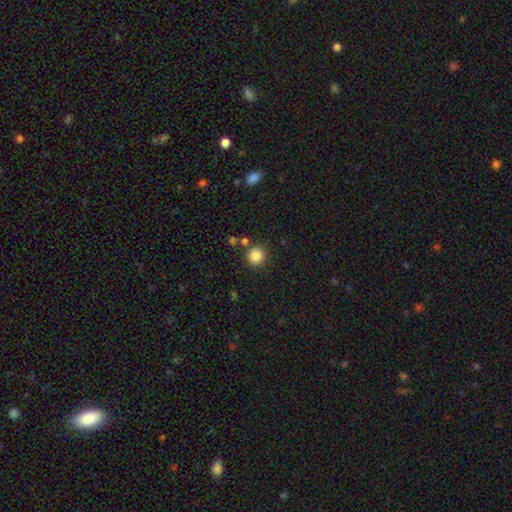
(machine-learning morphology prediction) Smooth or featured? Predicted: smooth (p=0.85). How rounded? Predicted: round (p=0.94). Merging? Predicted: none (p=0.86).